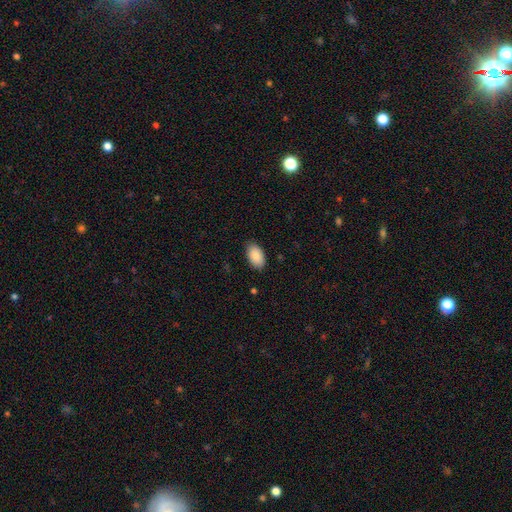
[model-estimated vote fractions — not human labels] This appears to be a smooth galaxy with no disk features (88%) that is in between round and cigar-shaped (94%). Merging: none (85%).